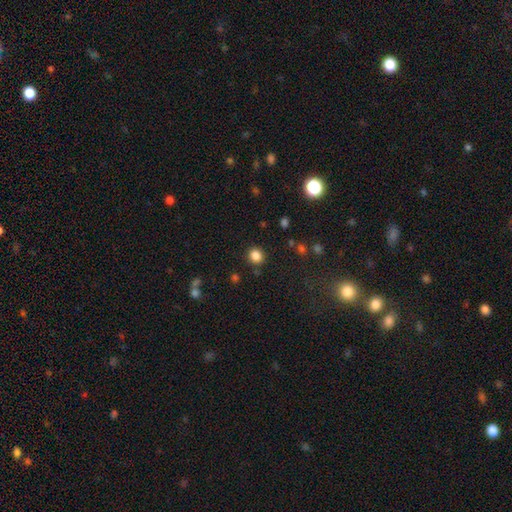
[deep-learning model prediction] This is clearly a smooth galaxy (84%). How rounded: clearly round (81%). Merging: clearly none (87%).